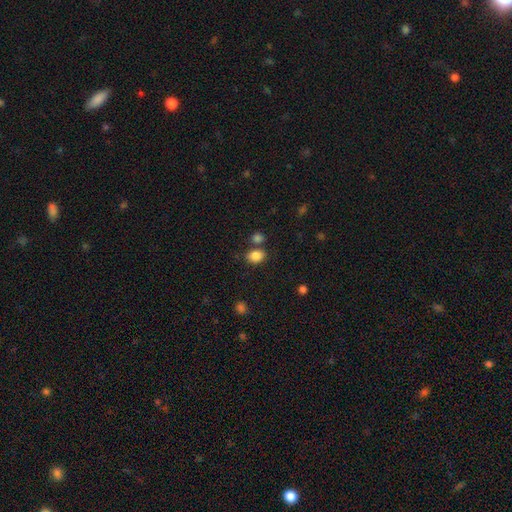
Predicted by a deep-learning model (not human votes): Smooth or featured?
  - smooth: 86% *
  - star or artifact: 9%
  - featured or disk: 5%
How rounded?
  - in between: 71% *
  - round: 28%
  - cigar-shaped: 1%
Merging?
  - none: 67% *
  - merger: 17%
  - minor disturbance: 12%
  - major disturbance: 4%